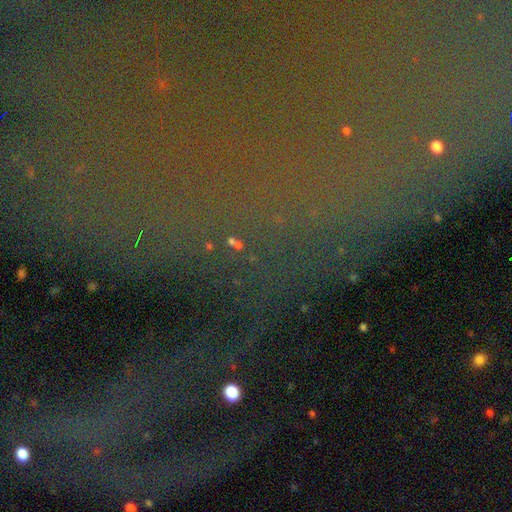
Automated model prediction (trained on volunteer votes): Smooth or featured?
  - star or artifact: 81% *
  - featured or disk: 10%
  - smooth: 9%